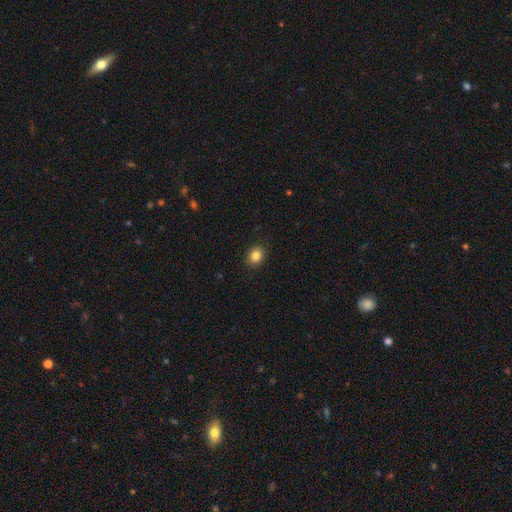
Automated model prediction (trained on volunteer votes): Overall: smooth (84%). How rounded: round (62%; in between 38%). Merging: none (90%).